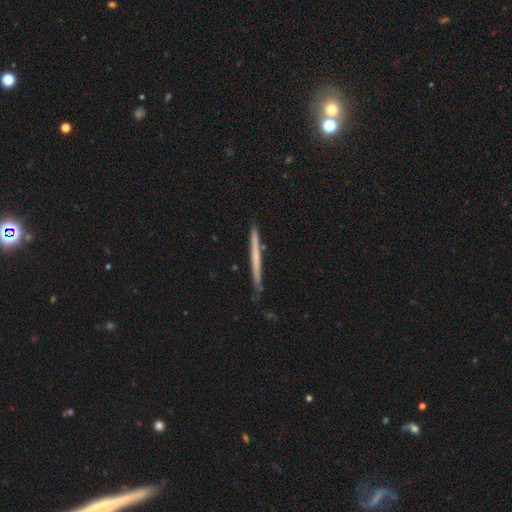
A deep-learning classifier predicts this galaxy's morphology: A smooth galaxy with no disk features (47%, tied with featured or disk). Merging: none (86%).